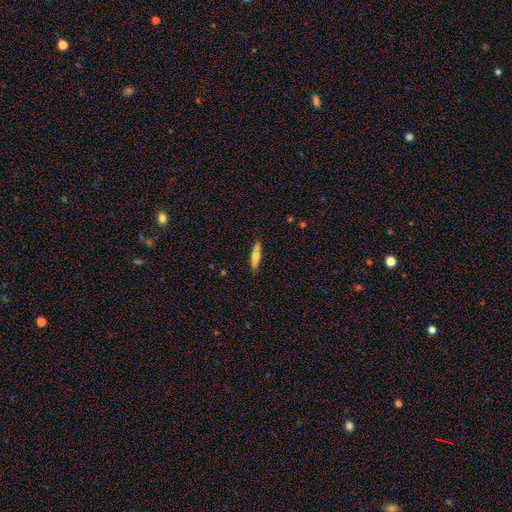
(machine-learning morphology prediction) This appears to be a smooth galaxy with no disk features (64%) that is cigar-shaped (76%). Merging: none (79%).